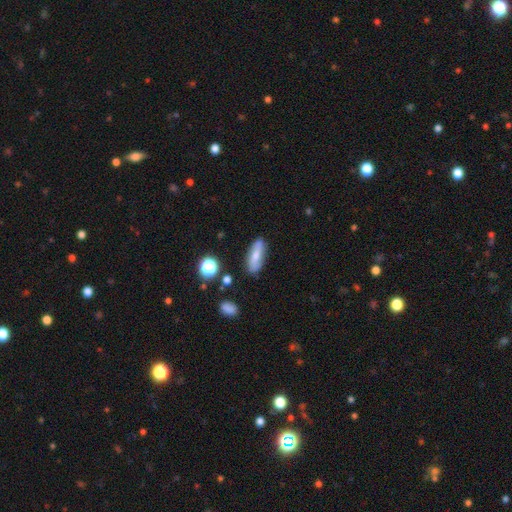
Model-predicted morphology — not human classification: Smooth or featured? Predicted: smooth (p=0.63). How rounded? Predicted: in between (p=0.58). Merging? Predicted: none (p=0.79).